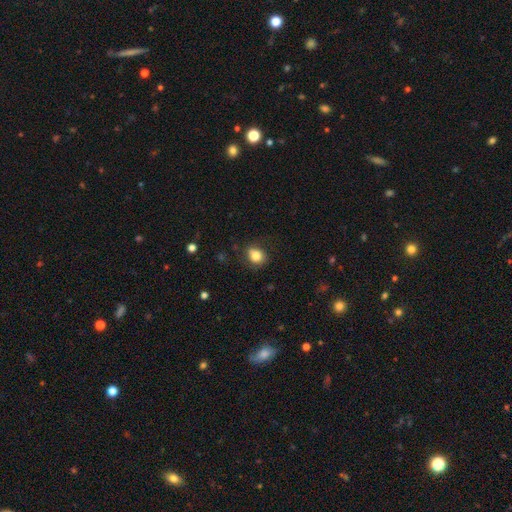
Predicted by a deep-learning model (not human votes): Smooth or featured?
  - smooth: 82% *
  - star or artifact: 10%
  - featured or disk: 8%
How rounded?
  - round: 57% *
  - in between: 42%
  - cigar-shaped: 1%
Merging?
  - none: 72% *
  - minor disturbance: 20%
  - major disturbance: 5%
  - merger: 3%